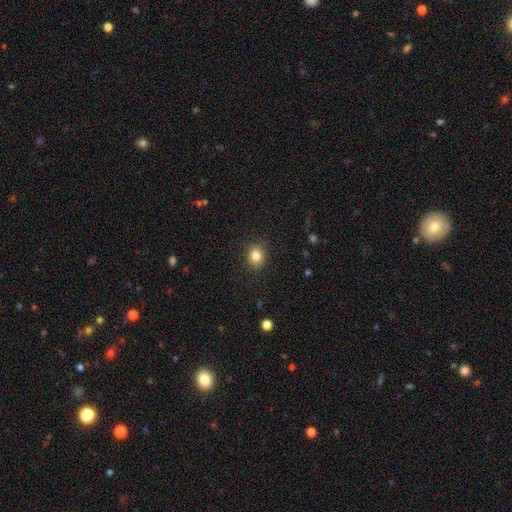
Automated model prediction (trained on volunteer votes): The model was most divided on "how rounded": round: 65%, in between: 34%, cigar-shaped: 1%. More confident: merging — none (89%); smooth or featured — smooth (84%).